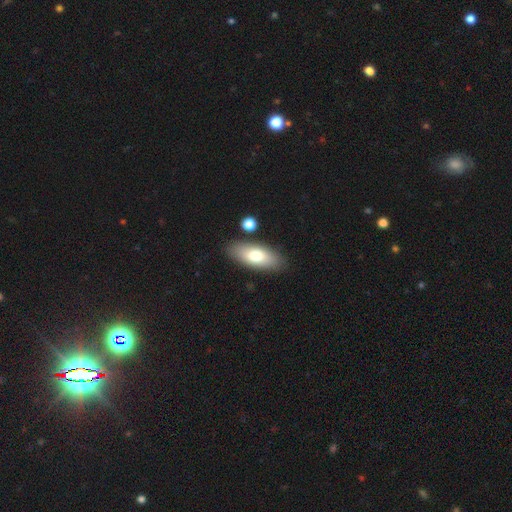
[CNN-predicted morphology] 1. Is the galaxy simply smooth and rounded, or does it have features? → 73% smooth, 20% featured or disk, 6% star or artifact.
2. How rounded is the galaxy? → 80% in between, 17% cigar-shaped, 3% round.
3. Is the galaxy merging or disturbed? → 83% none, 10% minor disturbance, 4% merger, 3% major disturbance.